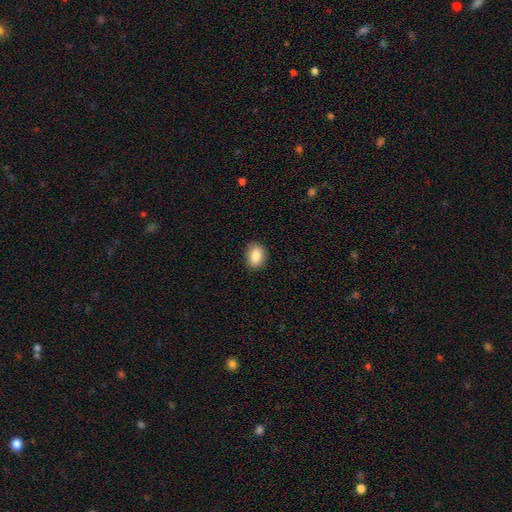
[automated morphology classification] smooth 84%, star or artifact 8%, featured or disk 7%. Down the decision tree: how rounded — in between (64%); merging — none (88%).